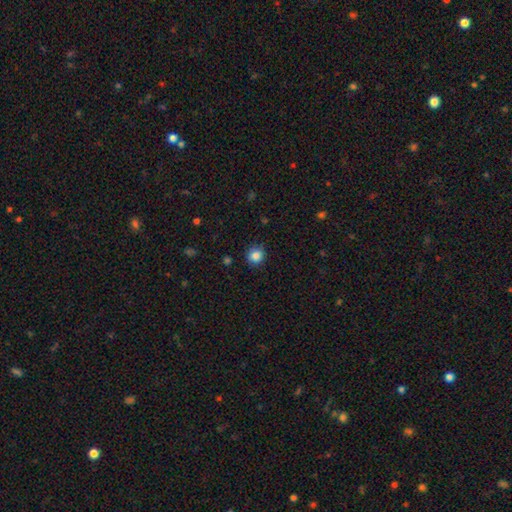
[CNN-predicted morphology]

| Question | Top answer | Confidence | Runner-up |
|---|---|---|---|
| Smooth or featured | smooth | 85% | star or artifact (11%) |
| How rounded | round | 90% | in between (9%) |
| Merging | none | 88% | minor disturbance (8%) |